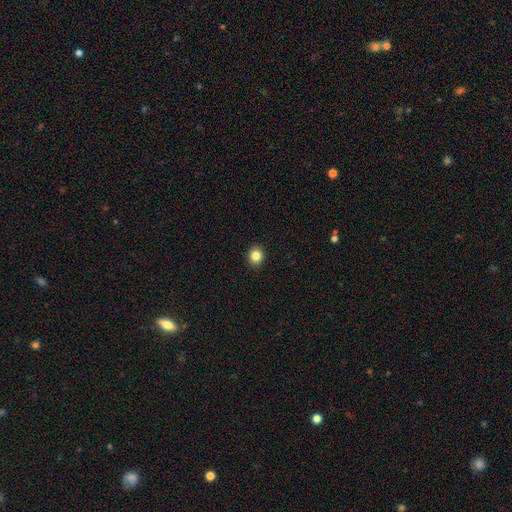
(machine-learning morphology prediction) smooth-or-featured: smooth: 84% | star or artifact: 11% | featured or disk: 5%
  how-rounded: round: 79% | in between: 20% | cigar-shaped: 1%
  merging: none: 92% | minor disturbance: 5% | major disturbance: 2% | merger: 1%